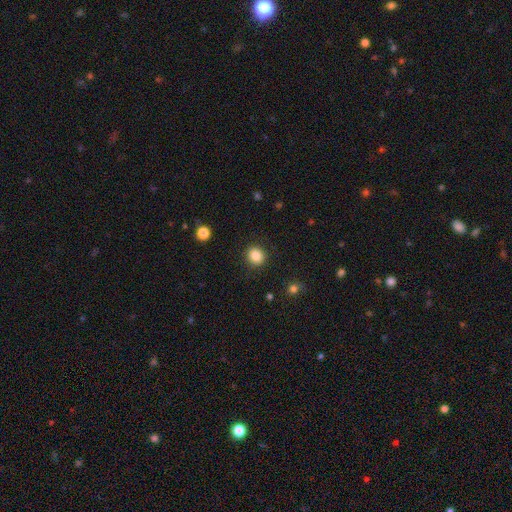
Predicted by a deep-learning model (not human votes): Morphology: type=smooth (85%); roundness=round (82%); merging=none (90%).